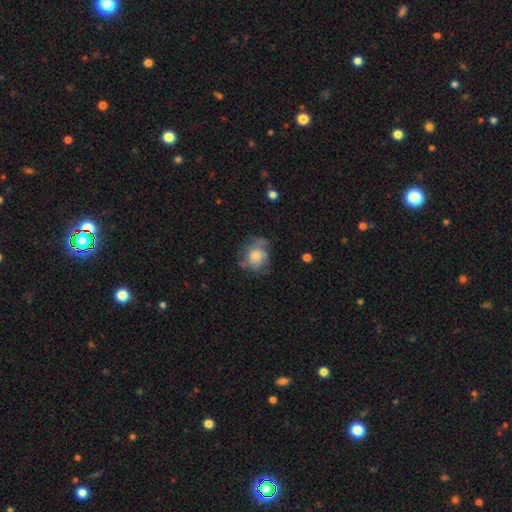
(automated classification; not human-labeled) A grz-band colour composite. It shows a smooth galaxy with no disk features (52%) that is round (71%). Merging: none (56%).